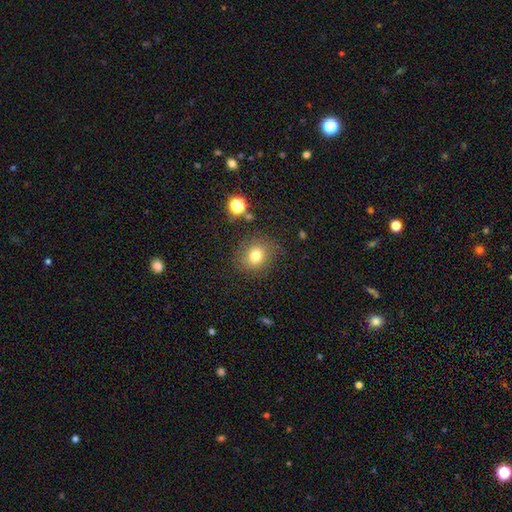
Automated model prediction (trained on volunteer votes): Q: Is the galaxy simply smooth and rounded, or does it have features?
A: smooth — 76%.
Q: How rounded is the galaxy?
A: round — 77%.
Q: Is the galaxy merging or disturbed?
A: none — 81%.